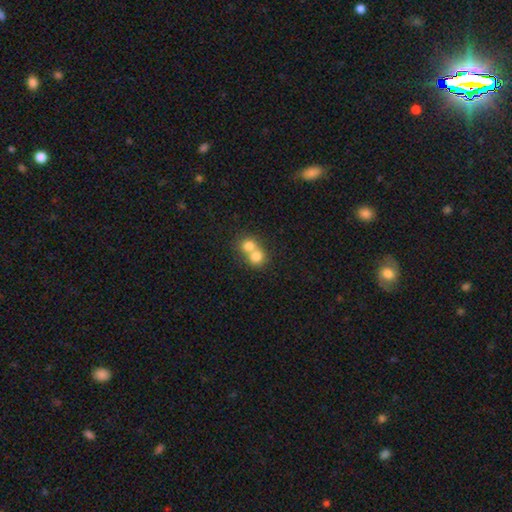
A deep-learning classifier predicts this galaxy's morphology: smooth 76%, featured or disk 14%, star or artifact 10%. Down the decision tree: how rounded — round (80%); merging — merger (67%).